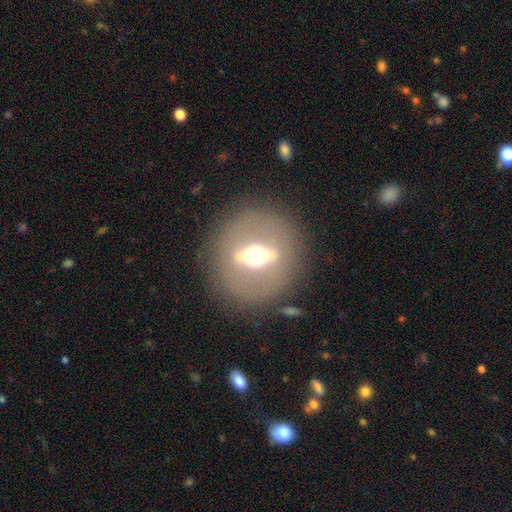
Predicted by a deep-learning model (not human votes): Smooth or featured? featured or disk (73%)
Edge-on disk? no (59%)
Merging? none (84%)